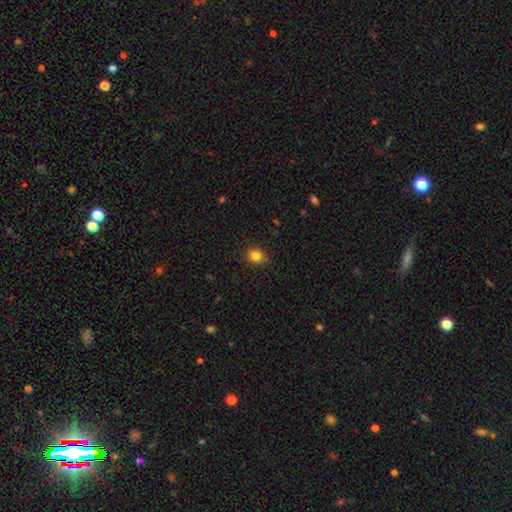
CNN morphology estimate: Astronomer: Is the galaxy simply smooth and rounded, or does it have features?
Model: smooth — 84%.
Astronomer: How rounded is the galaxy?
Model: round — 70%.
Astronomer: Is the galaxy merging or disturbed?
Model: none — 86%.